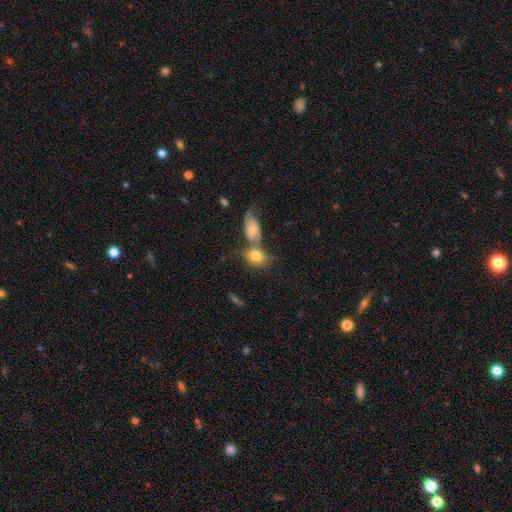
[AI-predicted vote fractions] This appears to be a smooth galaxy with no disk features (73%) that is in between round and cigar-shaped (72%). Merging: merger (53%).